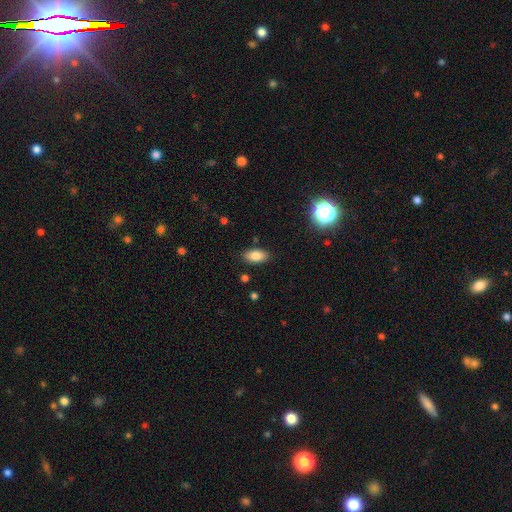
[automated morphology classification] Q: Smooth or featured?
A: smooth (84%); runner-up: star or artifact (9%)
Q: How rounded?
A: in between (91%); runner-up: round (5%)
Q: Merging?
A: none (87%); runner-up: minor disturbance (9%)